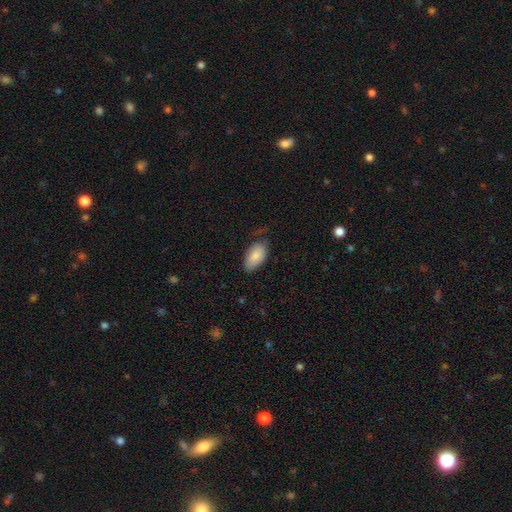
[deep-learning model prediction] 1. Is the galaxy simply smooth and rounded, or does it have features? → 85% smooth, 9% featured or disk, 6% star or artifact.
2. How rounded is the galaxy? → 95% in between, 3% round, 2% cigar-shaped.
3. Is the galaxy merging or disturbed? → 54% none, 33% minor disturbance, 11% major disturbance, 2% merger.